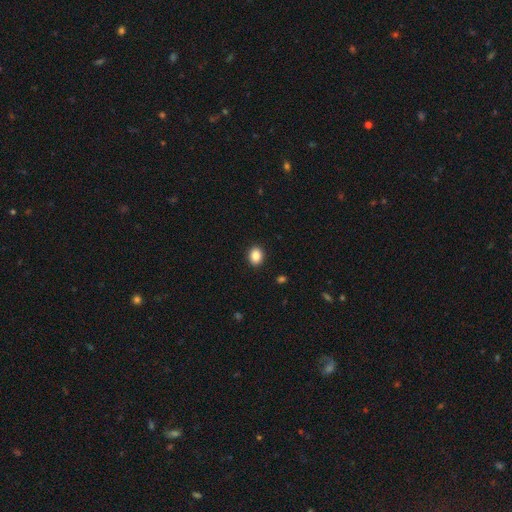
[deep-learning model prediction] Smooth or featured?
  - smooth: 87% *
  - star or artifact: 9%
  - featured or disk: 4%
How rounded?
  - in between: 50% *
  - round: 49%
  - cigar-shaped: 1%
Merging?
  - none: 91% *
  - minor disturbance: 6%
  - major disturbance: 2%
  - merger: 1%